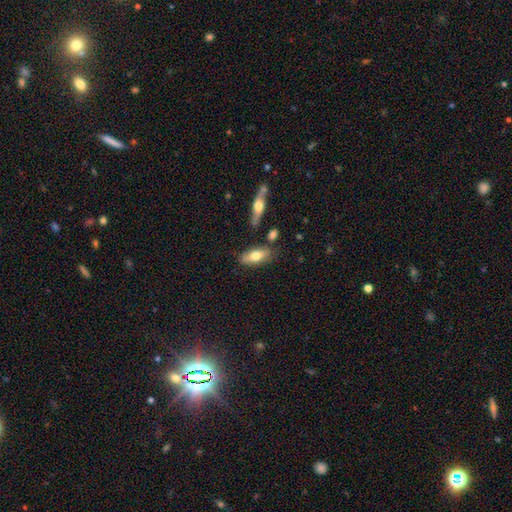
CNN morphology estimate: Q: Smooth or featured?
A: smooth (66%); runner-up: featured or disk (28%)
Q: How rounded?
A: in between (77%); runner-up: cigar-shaped (21%)
Q: Merging?
A: none (73%); runner-up: minor disturbance (15%)